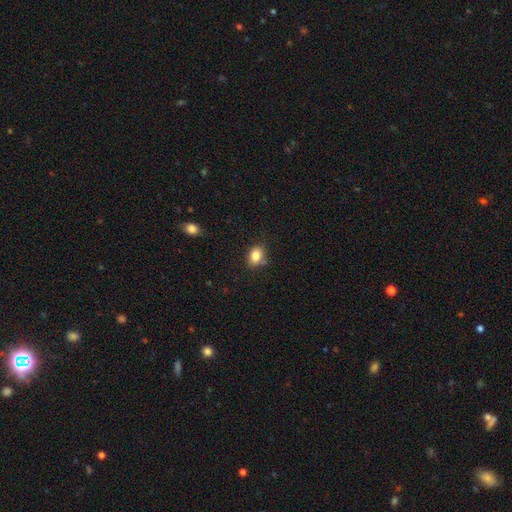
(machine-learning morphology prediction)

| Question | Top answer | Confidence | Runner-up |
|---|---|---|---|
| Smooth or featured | smooth | 83% | star or artifact (9%) |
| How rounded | in between | 69% | round (30%) |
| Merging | none | 74% | minor disturbance (18%) |